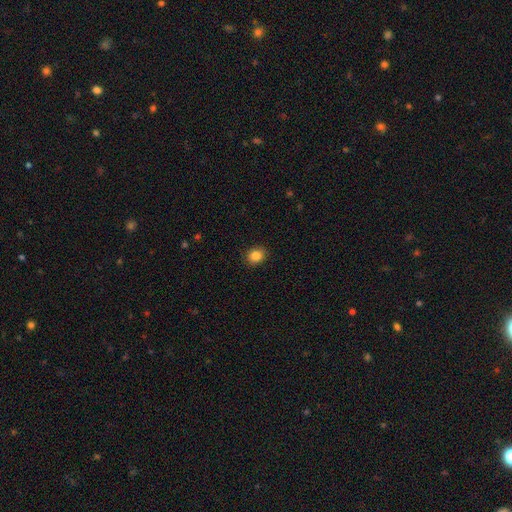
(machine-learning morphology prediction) A smooth galaxy with no disk features (85%) that is round (72%).

Vote fractions:
- Smooth or featured? smooth: 85% / star or artifact: 10% / featured or disk: 5%
- How rounded? round: 72% / in between: 27% / cigar-shaped: 1%
- Merging? none: 90% / minor disturbance: 7% / major disturbance: 2% / merger: 1%